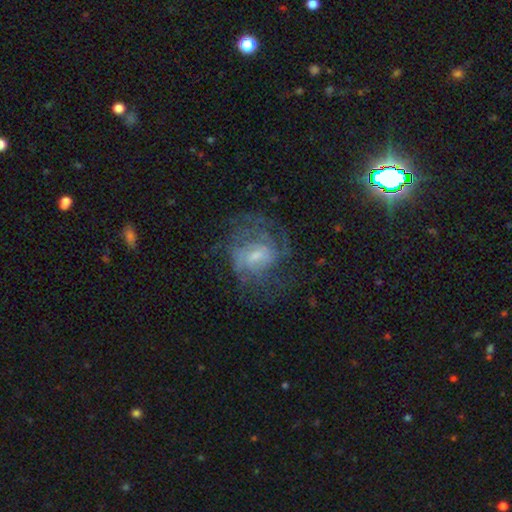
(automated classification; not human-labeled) Q: Smooth or featured?
A: featured or disk (69%); runner-up: smooth (21%)
Q: Edge-on disk?
A: no (97%); runner-up: yes (3%)
Q: Bar?
A: weak (52%); runner-up: no (38%)
Q: Spiral arms?
A: yes (74%); runner-up: no (26%)
Q: Bulge size?
A: small (46%); runner-up: moderate (37%)
Q: Merging?
A: none (53%); runner-up: major disturbance (26%)